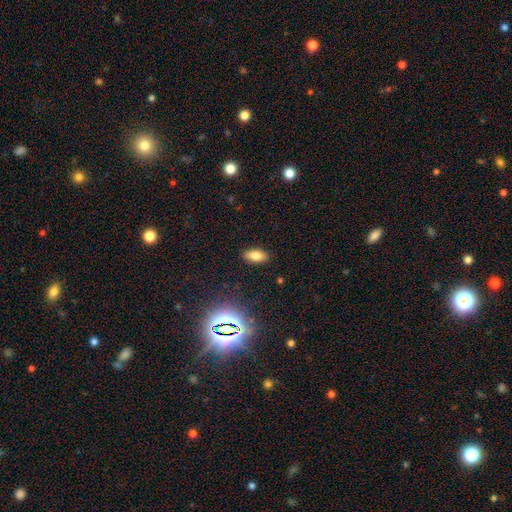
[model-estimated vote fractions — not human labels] Smooth or featured: smooth — 79% (star or artifact — 12%)
How rounded: in between — 90% (cigar-shaped — 7%)
Merging: none — 88% (minor disturbance — 9%)